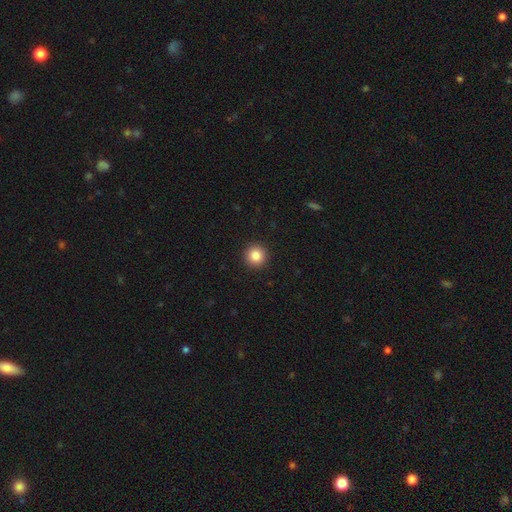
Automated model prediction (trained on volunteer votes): A smooth galaxy with no disk features (85%) that is round (96%).

Vote fractions:
- Smooth or featured? smooth: 85% / star or artifact: 10% / featured or disk: 5%
- How rounded? round: 96% / in between: 3% / cigar-shaped: 1%
- Merging? none: 93% / minor disturbance: 4% / major disturbance: 2% / merger: 1%